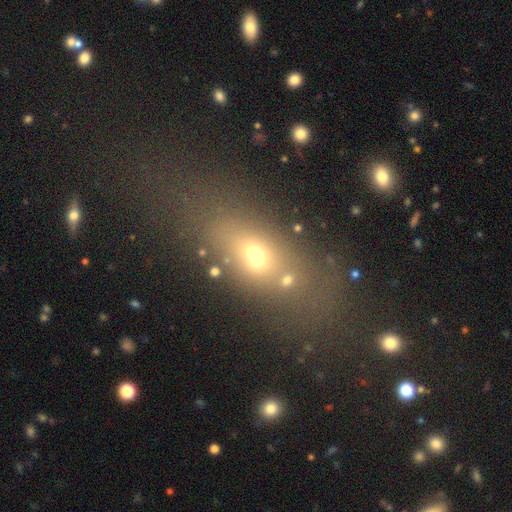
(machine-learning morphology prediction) Q: Smooth or featured?
A: smooth (55%); runner-up: featured or disk (23%)
Q: How rounded?
A: in between (62%); runner-up: cigar-shaped (20%)
Q: Merging?
A: none (49%); runner-up: merger (22%)